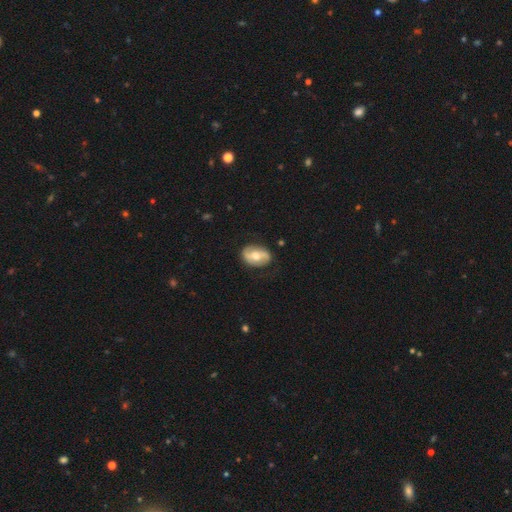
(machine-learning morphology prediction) smooth-or-featured: featured or disk: 60% | smooth: 34% | star or artifact: 6%
  disk-edge-on: no: 95% | yes: 5%
    bar: no: 40% | weak: 35% | strong: 25%
    has-spiral-arms: yes: 72% | no: 28%
    bulge-size: moderate: 75% | small: 17% | large: 6% | none: 1% | dominant: 1%
  merging: none: 77% | minor disturbance: 16% | major disturbance: 5% | merger: 1%